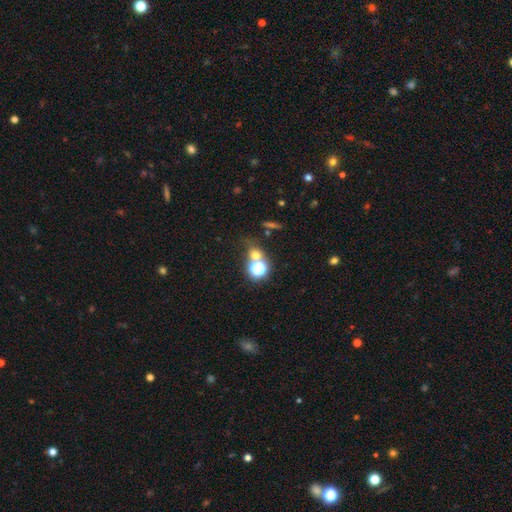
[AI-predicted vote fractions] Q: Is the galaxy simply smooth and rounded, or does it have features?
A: smooth — 56%.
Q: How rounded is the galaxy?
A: round — 79%.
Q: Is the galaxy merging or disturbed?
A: none — 59%.